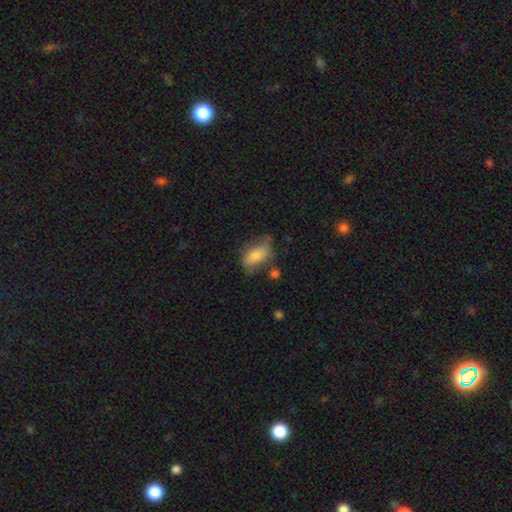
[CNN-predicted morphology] Q: Smooth or featured?
A: smooth (69%); runner-up: featured or disk (24%)
Q: How rounded?
A: in between (87%); runner-up: round (9%)
Q: Merging?
A: none (54%); runner-up: minor disturbance (29%)